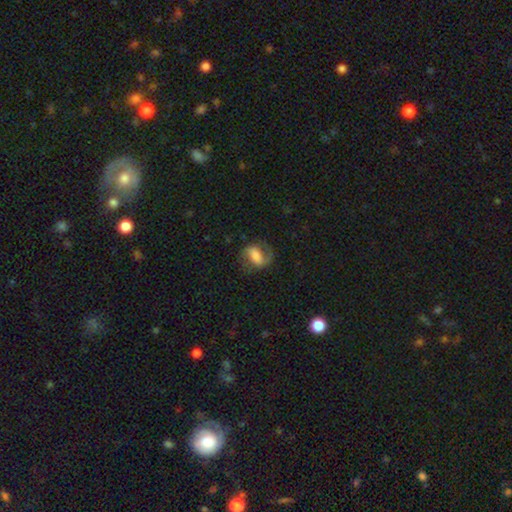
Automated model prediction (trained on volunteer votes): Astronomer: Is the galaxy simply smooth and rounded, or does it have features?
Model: featured or disk — 64%.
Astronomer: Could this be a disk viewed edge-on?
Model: no — 96%.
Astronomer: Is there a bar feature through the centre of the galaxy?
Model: weak — 39% (runner-up: strong, 36%).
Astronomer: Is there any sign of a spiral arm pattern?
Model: yes — 90%.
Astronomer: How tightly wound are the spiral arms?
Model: loose — 44% (runner-up: medium, 43%).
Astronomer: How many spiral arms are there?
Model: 2 — 84%.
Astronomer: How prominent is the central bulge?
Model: large — 33% (runner-up: moderate, 27%).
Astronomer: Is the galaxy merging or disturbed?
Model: none — 67%.